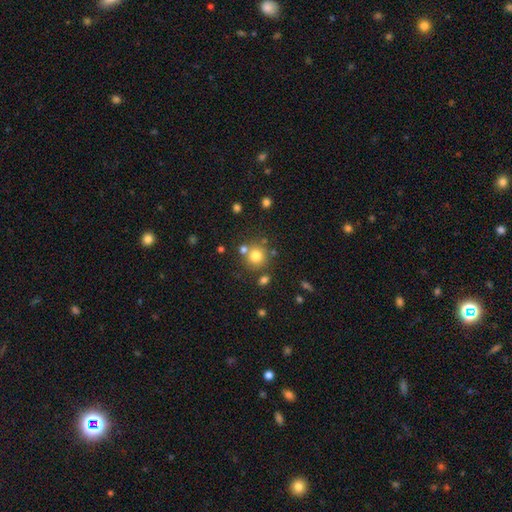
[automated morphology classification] Smooth or featured: smooth — 77% (star or artifact — 13%)
How rounded: round — 92% (in between — 7%)
Merging: none — 71% (merger — 16%)